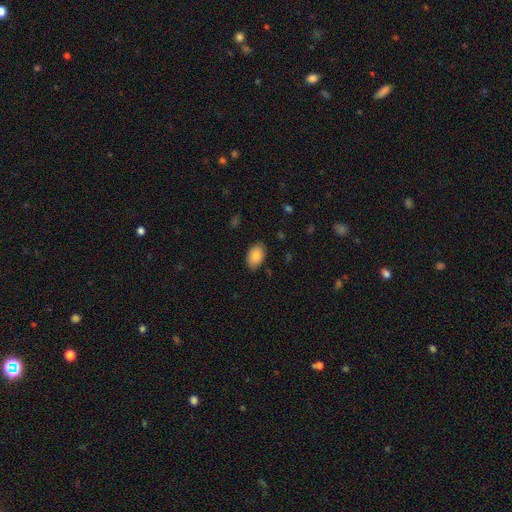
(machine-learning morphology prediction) A smooth galaxy with no disk features (88%) that is in between round and cigar-shaped (89%).

Vote fractions:
- Smooth or featured? smooth: 88% / star or artifact: 7% / featured or disk: 5%
- How rounded? in between: 89% / round: 10% / cigar-shaped: 1%
- Merging? none: 85% / minor disturbance: 11% / major disturbance: 2% / merger: 1%